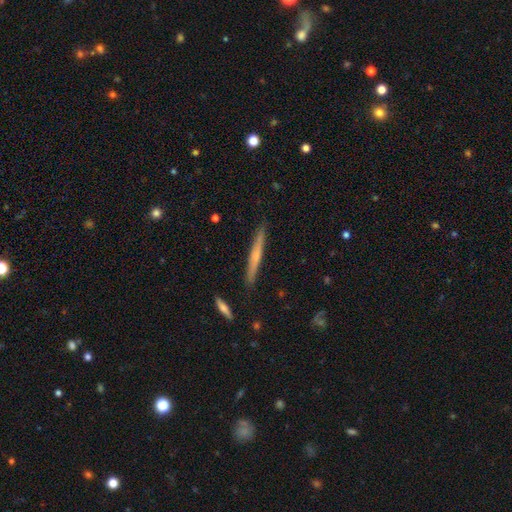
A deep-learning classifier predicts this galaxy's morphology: Smooth or featured? smooth (48%)
Merging? none (90%)